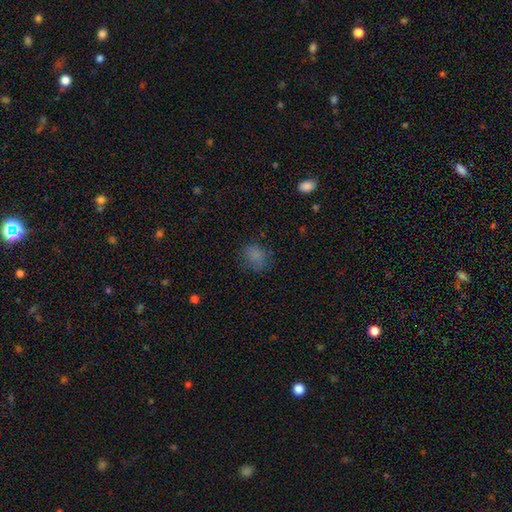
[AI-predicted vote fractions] The model was most divided on "how rounded": round: 61%, in between: 38%, cigar-shaped: 1%. More confident: smooth or featured — smooth (77%); merging — none (69%).